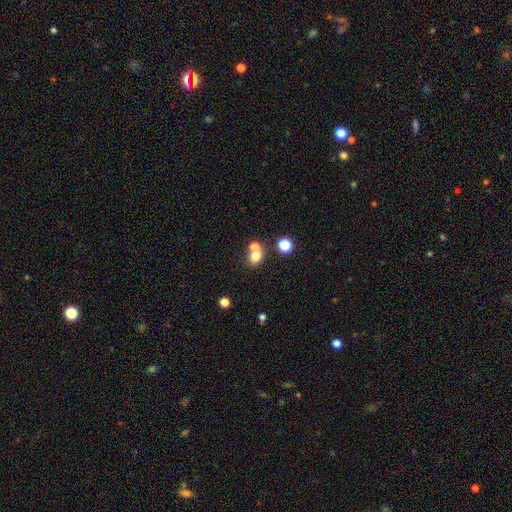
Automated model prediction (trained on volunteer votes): Smooth or featured: smooth — 73% (star or artifact — 14%)
How rounded: round — 63% (in between — 36%)
Merging: none — 45% (merger — 44%)